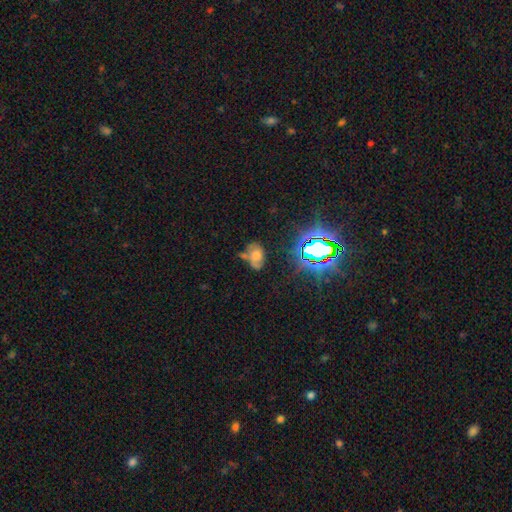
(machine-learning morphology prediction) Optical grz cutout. It shows a smooth galaxy with no disk features (39%). Merging: none (50%).